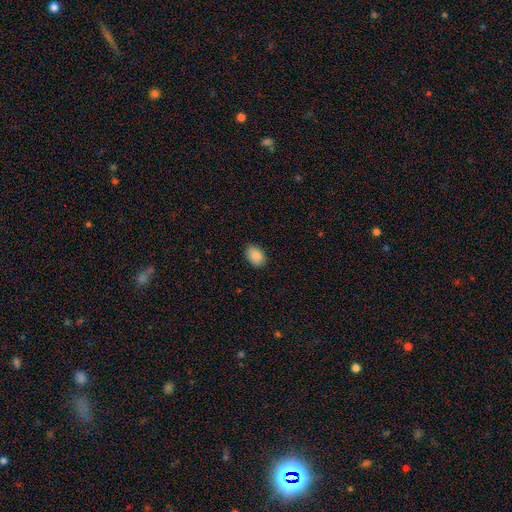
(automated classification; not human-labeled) This is clearly a smooth galaxy (89%). How rounded: clearly in between (81%). Merging: clearly none (84%).